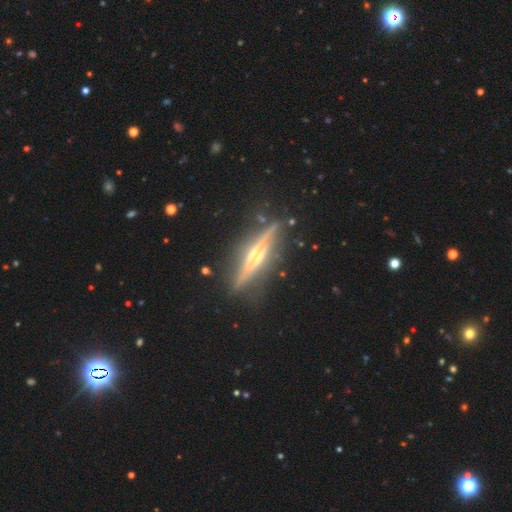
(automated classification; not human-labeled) The model was most divided on "edge-on bulge": rounded: 69%, boxy: 18%, none: 14%. More confident: edge-on disk — yes (96%); smooth or featured — featured or disk (83%); merging — none (82%).